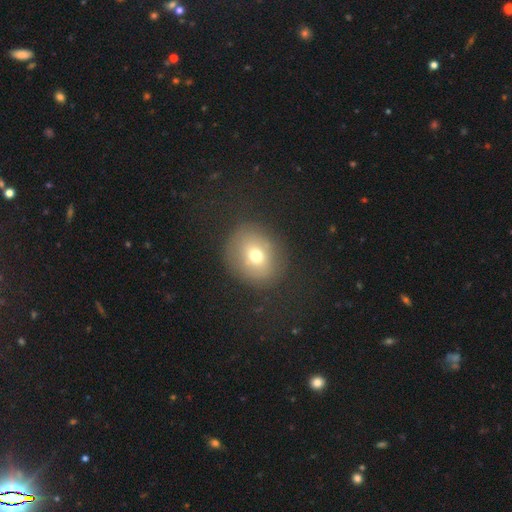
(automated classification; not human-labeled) Smooth or featured: smooth — 67% (featured or disk — 19%)
How rounded: round — 68% (in between — 31%)
Merging: none — 77% (minor disturbance — 13%)